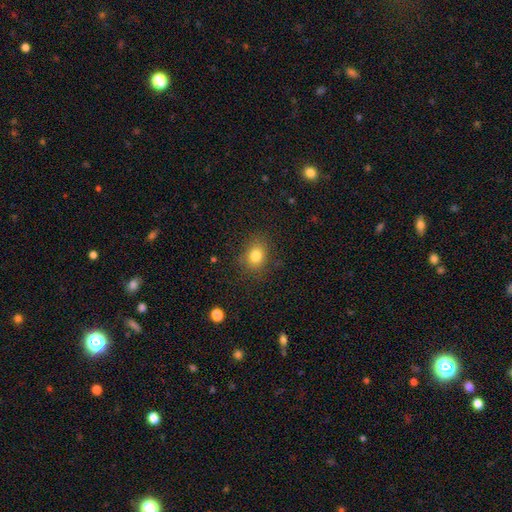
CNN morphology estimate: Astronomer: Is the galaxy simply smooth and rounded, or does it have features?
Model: smooth — 81%.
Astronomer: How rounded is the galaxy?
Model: in between — 51% (runner-up: round, 48%).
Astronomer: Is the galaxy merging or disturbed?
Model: none — 82%.